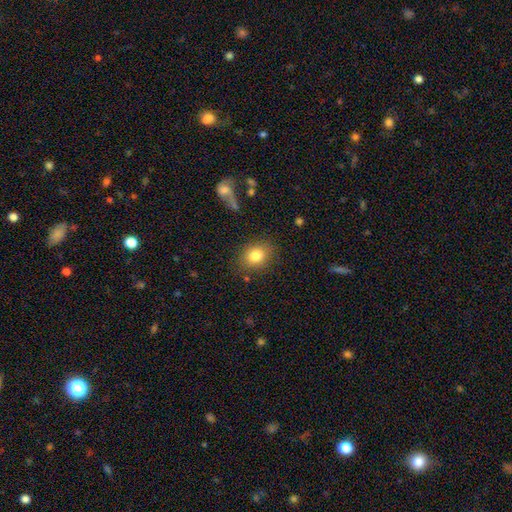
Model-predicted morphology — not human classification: Q: Smooth or featured?
A: smooth (81%); runner-up: star or artifact (10%)
Q: How rounded?
A: in between (51%); runner-up: round (48%)
Q: Merging?
A: none (82%); runner-up: minor disturbance (12%)